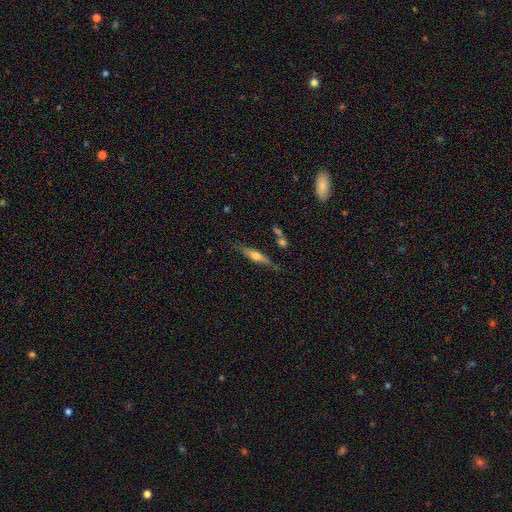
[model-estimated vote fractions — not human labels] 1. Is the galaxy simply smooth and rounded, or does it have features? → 53% featured or disk, 40% smooth, 7% star or artifact.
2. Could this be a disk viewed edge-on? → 93% yes, 7% no.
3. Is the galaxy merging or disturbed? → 77% none, 14% minor disturbance, 6% merger, 3% major disturbance.